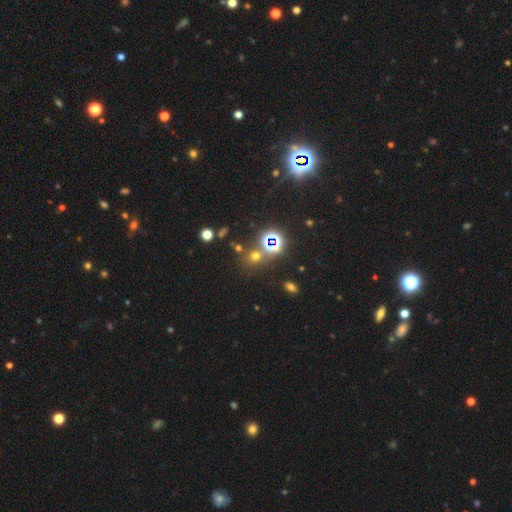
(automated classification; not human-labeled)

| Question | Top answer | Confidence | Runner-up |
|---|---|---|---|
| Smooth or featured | smooth | 46% | star or artifact (45%) |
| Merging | none | 72% | merger (14%) |